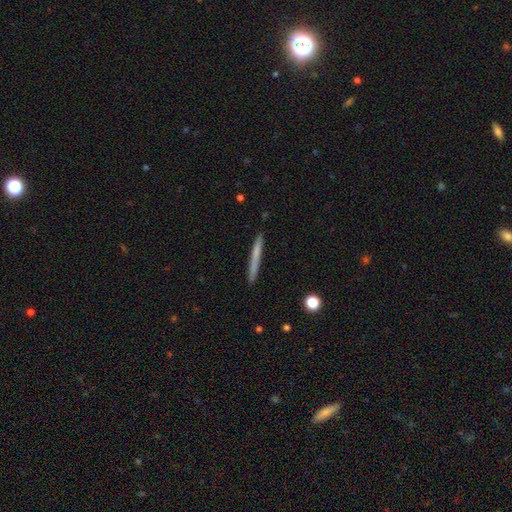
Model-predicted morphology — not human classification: Overall: smooth (63%; featured or disk 31%). How rounded: cigar-shaped (97%). Merging: none (90%).